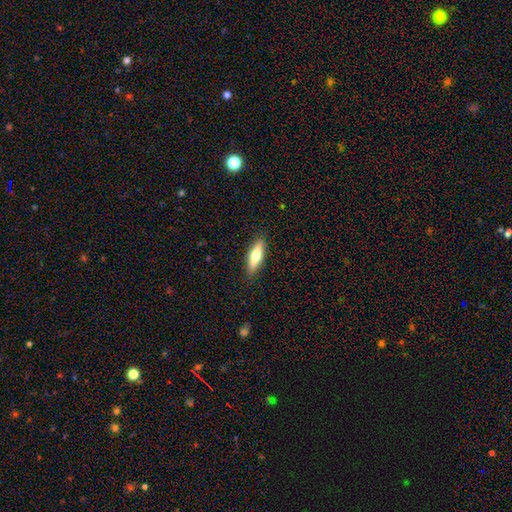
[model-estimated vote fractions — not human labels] Q: Smooth or featured?
A: smooth (51%); runner-up: featured or disk (43%)
Q: How rounded?
A: cigar-shaped (64%); runner-up: in between (34%)
Q: Merging?
A: none (89%); runner-up: minor disturbance (8%)